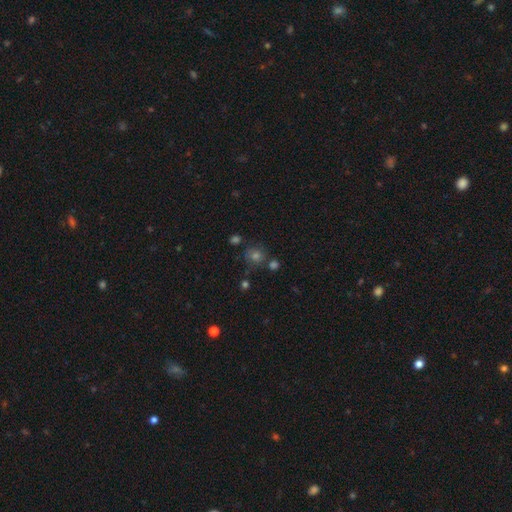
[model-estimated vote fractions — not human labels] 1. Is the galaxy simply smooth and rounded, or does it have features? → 52% smooth, 34% star or artifact, 15% featured or disk.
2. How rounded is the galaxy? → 89% round, 10% in between, 1% cigar-shaped.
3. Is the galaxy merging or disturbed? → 74% none, 11% minor disturbance, 9% merger, 5% major disturbance.